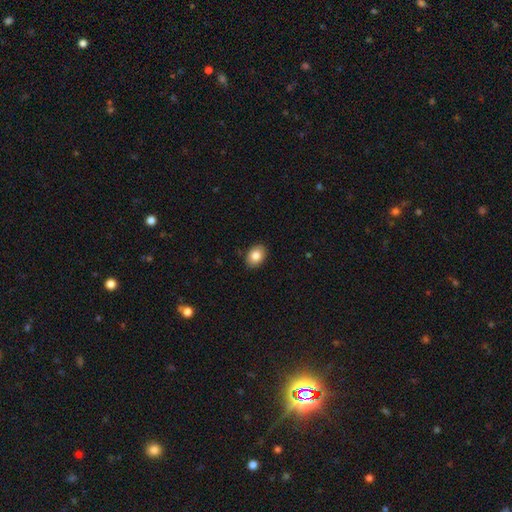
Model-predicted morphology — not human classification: Smooth or featured? smooth (84%)
How rounded? in between (76%)
Merging? none (88%)